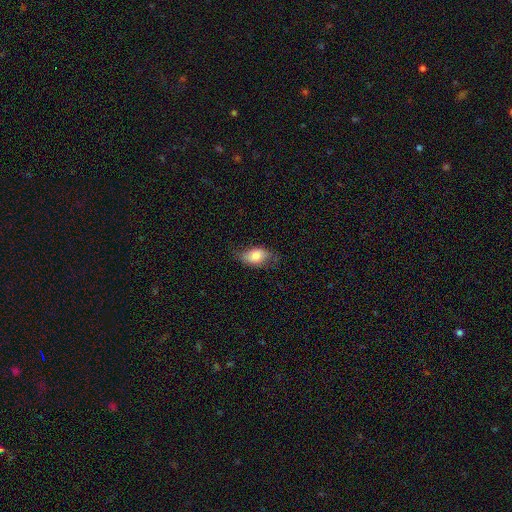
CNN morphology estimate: A smooth galaxy with no disk features (73%) that is in between round and cigar-shaped (88%).

Vote fractions:
- Smooth or featured? smooth: 73% / featured or disk: 19% / star or artifact: 7%
- How rounded? in between: 88% / round: 9% / cigar-shaped: 2%
- Merging? none: 57% / minor disturbance: 30% / major disturbance: 12% / merger: 1%